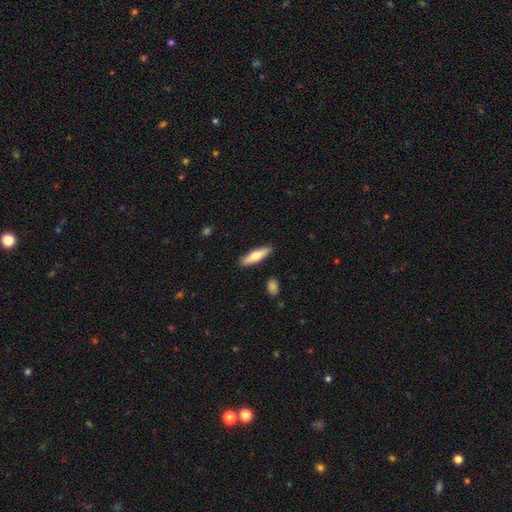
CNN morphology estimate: type=smooth (65%); roundness=cigar-shaped (63%); merging=none (87%).